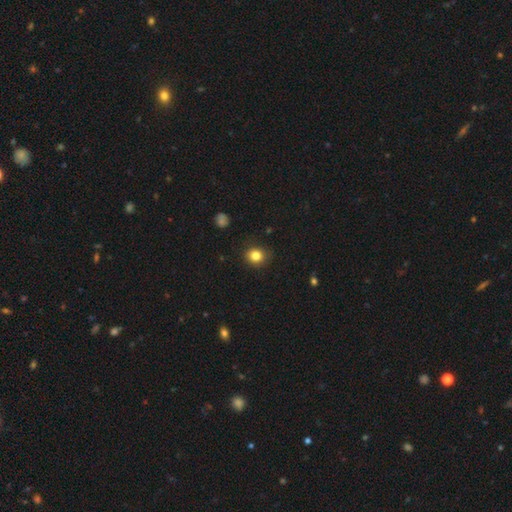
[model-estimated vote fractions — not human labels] smooth_or_featured: smooth (p=0.83) [alt: star or artifact p=0.12]
how_rounded: round (p=0.81) [alt: in between p=0.18]
merging: none (p=0.87) [alt: minor disturbance p=0.10]